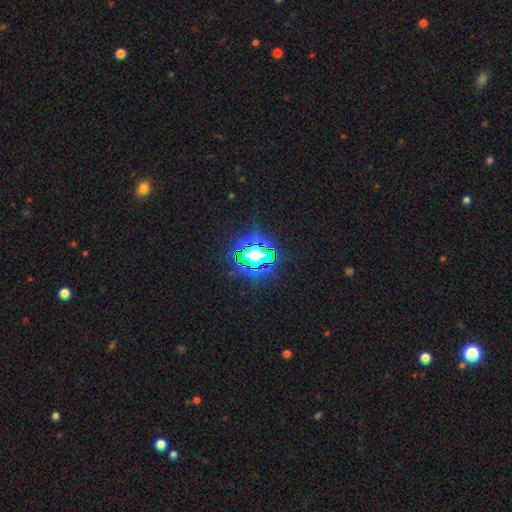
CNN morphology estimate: Overall: star or artifact (68%).